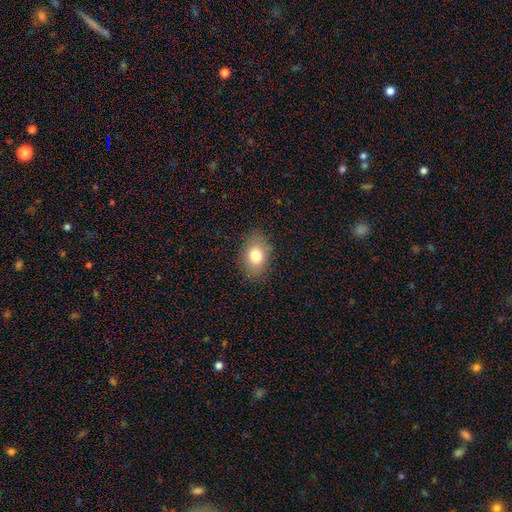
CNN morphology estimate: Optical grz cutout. It shows a smooth galaxy with no disk features (77%) that is in between round and cigar-shaped (77%). Merging: none (84%).